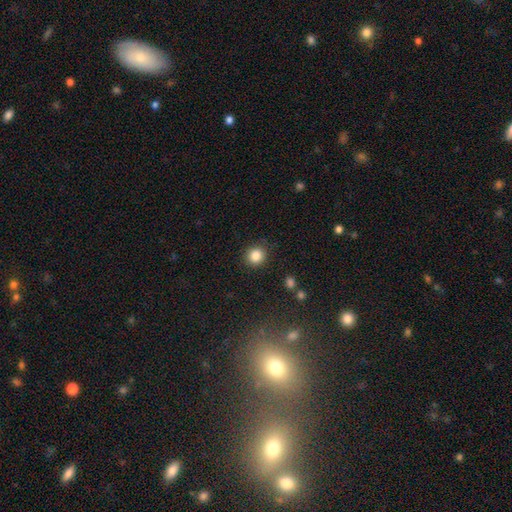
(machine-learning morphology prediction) This appears to be a smooth galaxy with no disk features (85%) that is round (89%). Merging: none (89%).